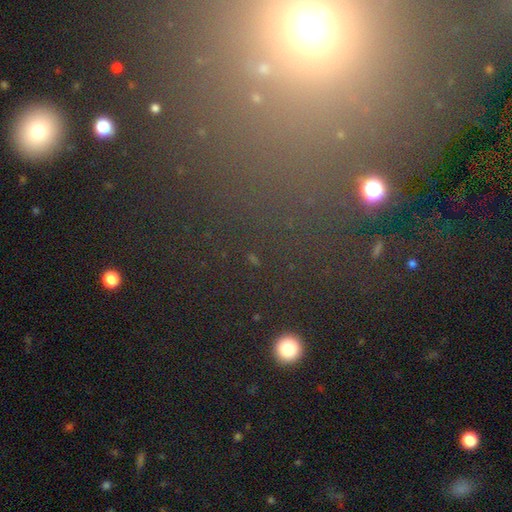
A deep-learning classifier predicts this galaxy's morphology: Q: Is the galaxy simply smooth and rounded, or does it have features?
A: star or artifact — 61%.